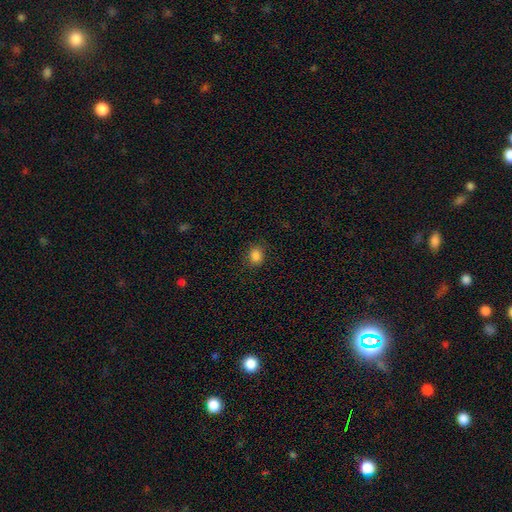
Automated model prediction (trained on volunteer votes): smooth_or_featured: smooth (p=0.84) [alt: star or artifact p=0.12]
how_rounded: round (p=0.67) [alt: in between p=0.32]
merging: none (p=0.85) [alt: minor disturbance p=0.10]